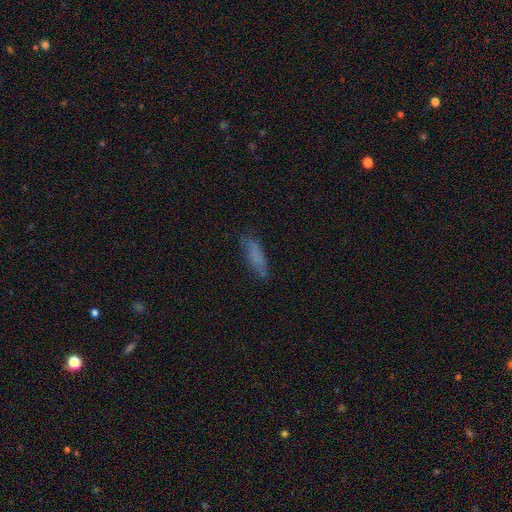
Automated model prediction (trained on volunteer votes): Smooth or featured: smooth — 74% (featured or disk — 17%)
How rounded: cigar-shaped — 63% (in between — 35%)
Merging: none — 72% (minor disturbance — 20%)